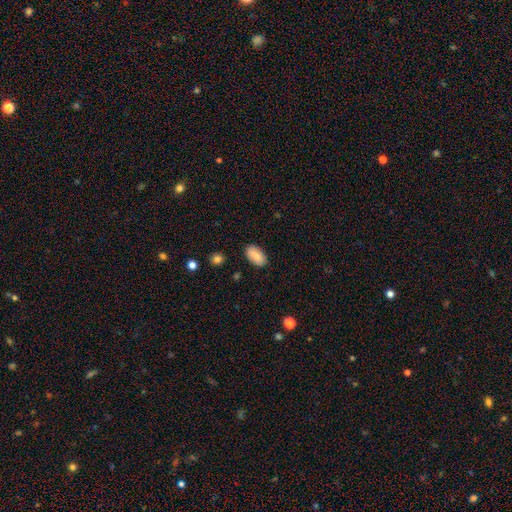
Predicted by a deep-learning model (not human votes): This appears to be a smooth galaxy with no disk features (84%) that is in between round and cigar-shaped (94%). Merging: none (86%).